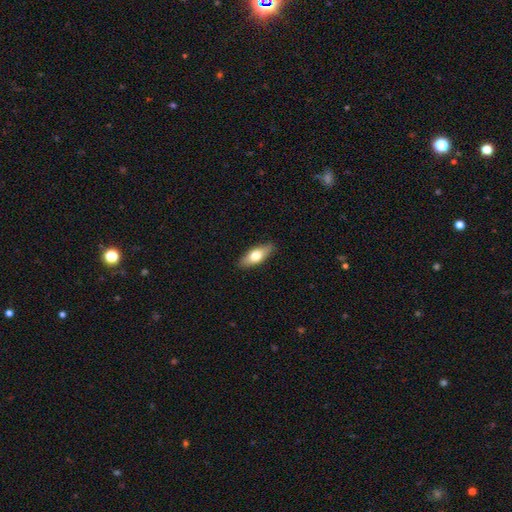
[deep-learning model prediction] Morphology: type=smooth (66%); roundness=in between (74%); merging=none (87%).